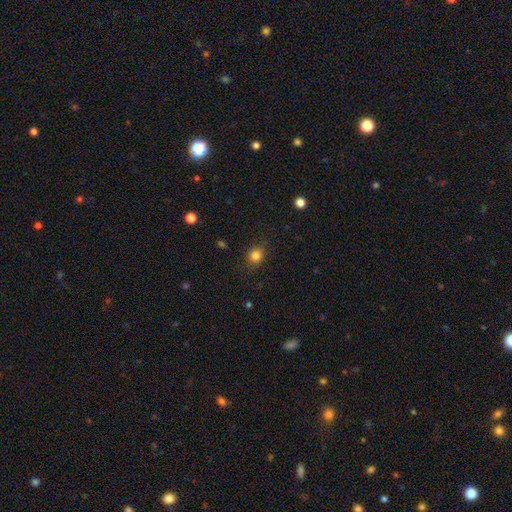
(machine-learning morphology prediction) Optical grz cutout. It shows a smooth galaxy with no disk features (82%) that is round (78%). Merging: none (83%).